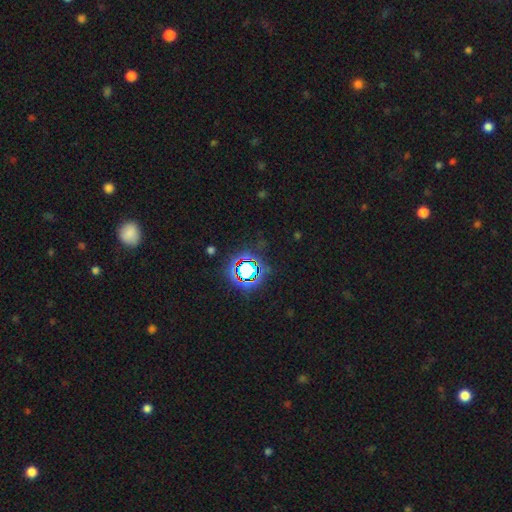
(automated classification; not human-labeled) Smooth or featured: star or artifact — 81% (smooth — 12%)